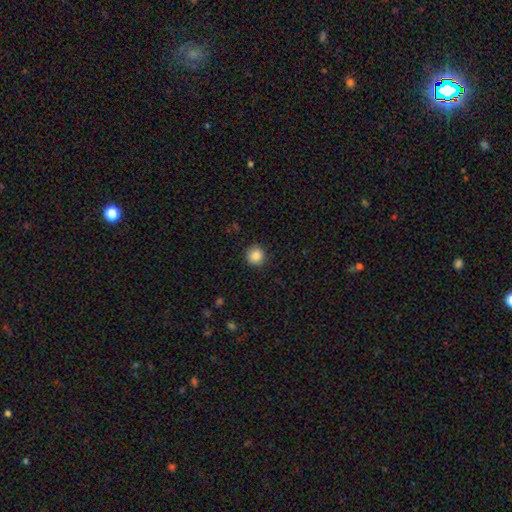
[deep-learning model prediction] smooth_or_featured: smooth (p=0.87) [alt: star or artifact p=0.10]
how_rounded: round (p=0.94) [alt: in between p=0.05]
merging: none (p=0.90) [alt: minor disturbance p=0.07]